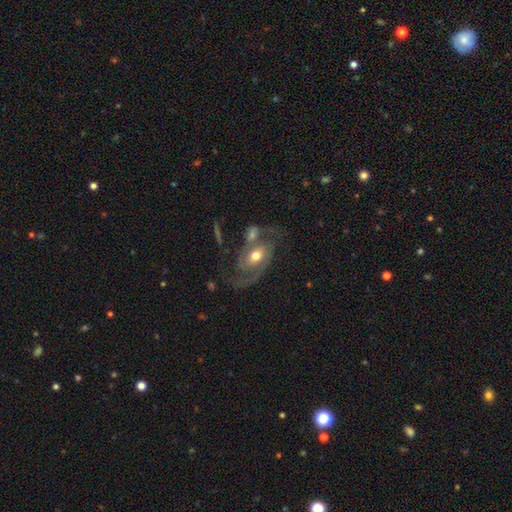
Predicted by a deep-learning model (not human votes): A featured or disk galaxy (81%) with no bar (63%), 2 (82%) medium (50%) spiral arms (92%) and a moderate central bulge (75%).

Vote fractions:
- Smooth or featured? featured or disk: 81% / smooth: 13% / star or artifact: 6%
- Edge-on disk? no: 96% / yes: 4%
- Bar? no: 63% / weak: 29% / strong: 9%
- Spiral arms? yes: 92% / no: 8%
- Spiral winding? medium: 50% / loose: 26% / tight: 24%
- Spiral arm count? 2: 82% / 1: 6% / can't tell: 6% / 3: 3% / 4: 1% / more than 4: 1%
- Bulge size? moderate: 75% / small: 14% / large: 9% / none: 1% / dominant: 1%
- Merging? none: 44% / merger: 20% / major disturbance: 18% / minor disturbance: 18%